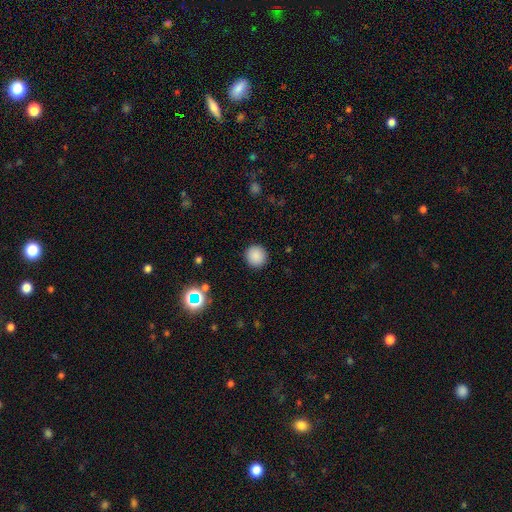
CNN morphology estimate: A smooth galaxy with no disk features (87%) that is round (94%).

Vote fractions:
- Smooth or featured? smooth: 87% / star or artifact: 10% / featured or disk: 3%
- How rounded? round: 94% / in between: 5% / cigar-shaped: 1%
- Merging? none: 92% / minor disturbance: 5% / major disturbance: 2% / merger: 1%